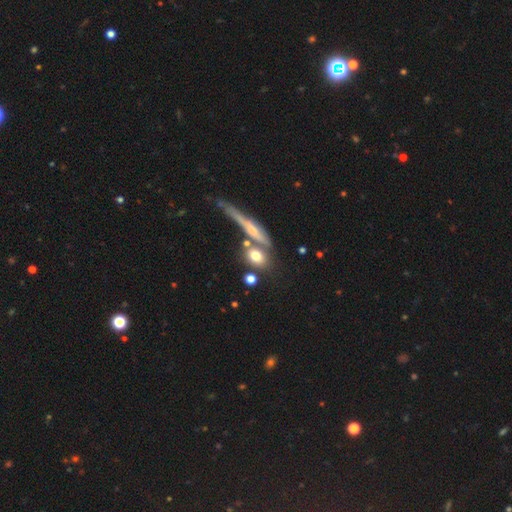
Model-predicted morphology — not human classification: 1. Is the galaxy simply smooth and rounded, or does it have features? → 71% smooth, 19% featured or disk, 10% star or artifact.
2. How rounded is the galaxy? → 47% round, 41% in between, 12% cigar-shaped.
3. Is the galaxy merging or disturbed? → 60% none, 21% merger, 13% minor disturbance, 6% major disturbance.